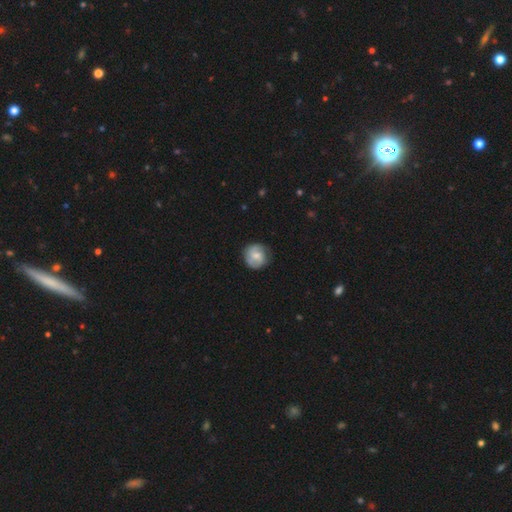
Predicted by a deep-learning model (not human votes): A smooth galaxy with no disk features (48%).

Vote fractions:
- Smooth or featured? smooth: 48% / featured or disk: 45% / star or artifact: 6%
- Merging? none: 76% / minor disturbance: 18% / major disturbance: 5% / merger: 1%